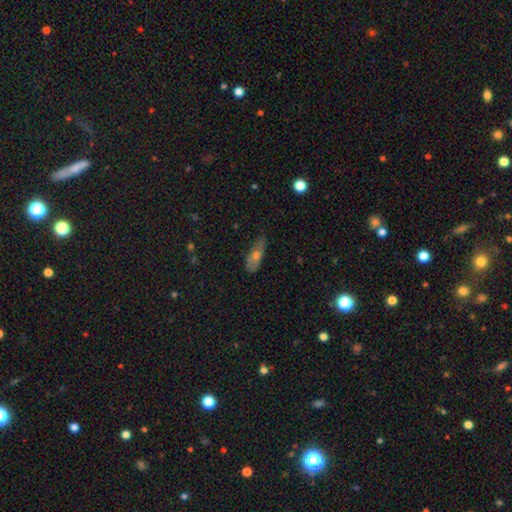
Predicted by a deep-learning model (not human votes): Morphology: type=smooth (56%); roundness=in between (63%); merging=none (64%).